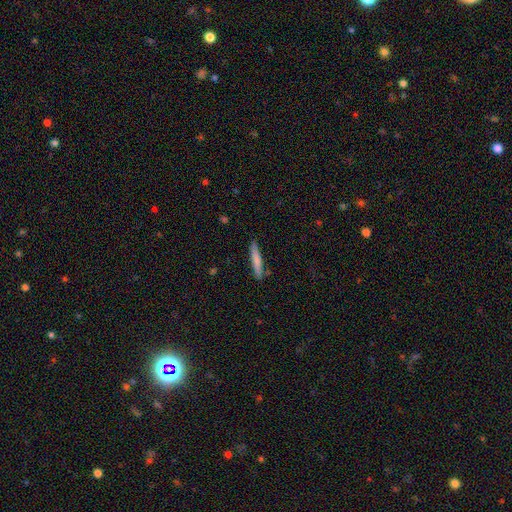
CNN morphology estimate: Smooth or featured?
  - smooth: 65% *
  - featured or disk: 28%
  - star or artifact: 7%
How rounded?
  - cigar-shaped: 95% *
  - in between: 3%
  - round: 1%
Merging?
  - none: 89% *
  - minor disturbance: 8%
  - major disturbance: 2%
  - merger: 1%